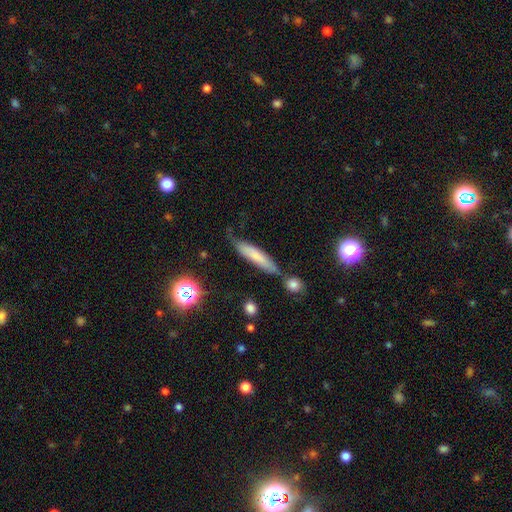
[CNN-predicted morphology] A smooth galaxy with no disk features (66%) that is cigar-shaped (83%).

Vote fractions:
- Smooth or featured? smooth: 66% / featured or disk: 25% / star or artifact: 9%
- How rounded? cigar-shaped: 83% / in between: 15% / round: 2%
- Merging? none: 59% / minor disturbance: 25% / merger: 9% / major disturbance: 7%